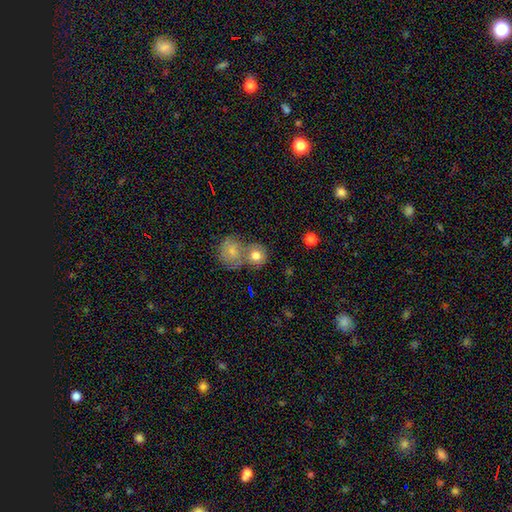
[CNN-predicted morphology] smooth 77%, featured or disk 15%, star or artifact 8%. Down the decision tree: how rounded — round (81%); merging — merger (48%).